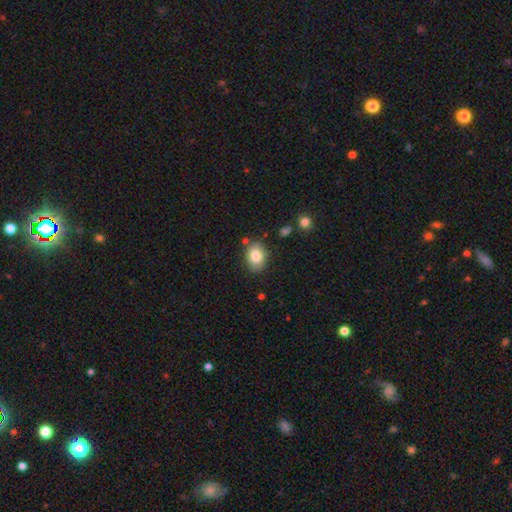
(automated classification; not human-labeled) Smooth or featured?
  - smooth: 84% *
  - star or artifact: 8%
  - featured or disk: 8%
How rounded?
  - in between: 67% *
  - round: 32%
  - cigar-shaped: 1%
Merging?
  - none: 79% *
  - minor disturbance: 14%
  - merger: 4%
  - major disturbance: 3%